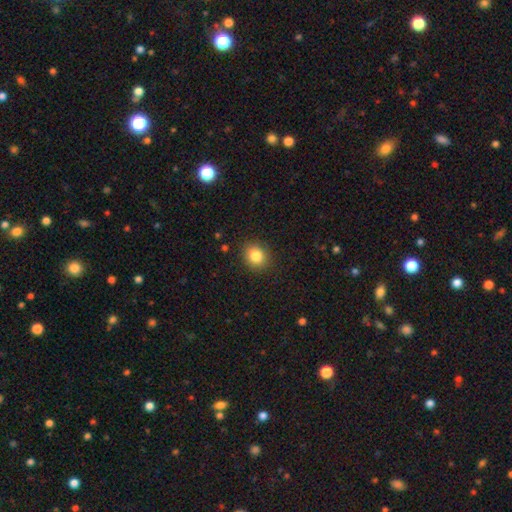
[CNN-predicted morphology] smooth-or-featured: smooth: 83% | star or artifact: 11% | featured or disk: 6%
  how-rounded: round: 70% | in between: 29% | cigar-shaped: 1%
  merging: none: 89% | minor disturbance: 8% | major disturbance: 2% | merger: 1%